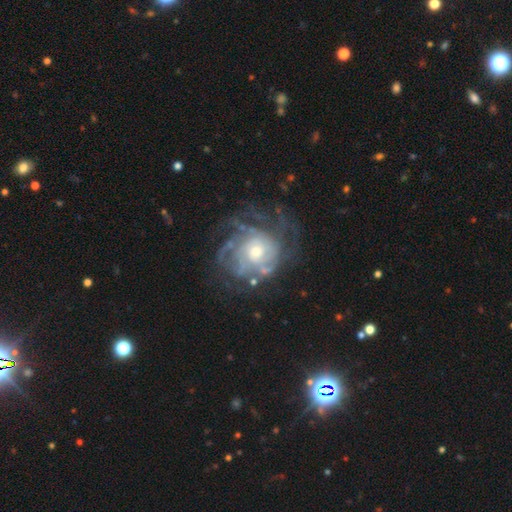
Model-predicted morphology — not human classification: The model was most divided on "bulge size": moderate: 55%, small: 29%, large: 13%, none: 2%, dominant: 1%. Remaining: edge-on disk — no (98%); spiral arms — yes (90%); smooth or featured — featured or disk (83%); bar — no (79%); spiral winding — tight (61%); merging — none (56%); spiral arm count — can't tell (45%).